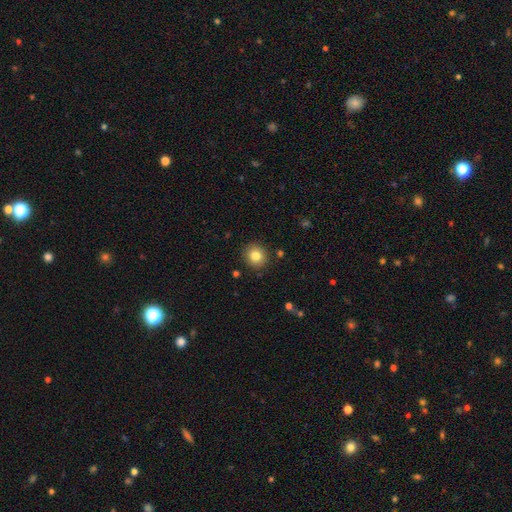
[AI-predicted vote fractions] A smooth galaxy with no disk features (82%) that is round (88%). Merging: none (90%).